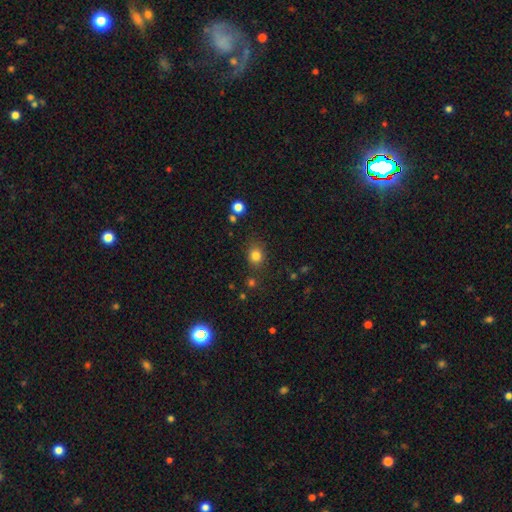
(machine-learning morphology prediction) Smooth or featured? Predicted: smooth (p=0.81). How rounded? Predicted: round (p=0.70). Merging? Predicted: none (p=0.82).